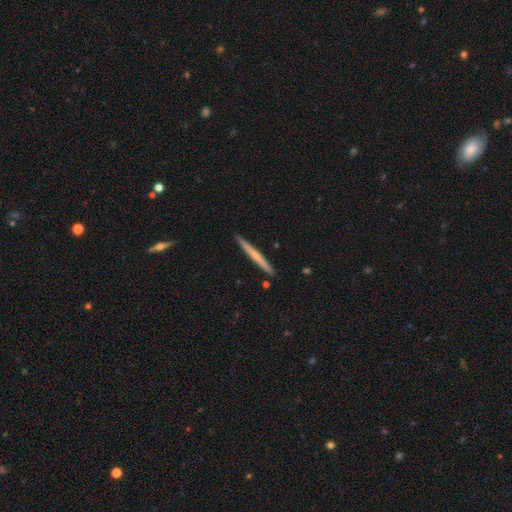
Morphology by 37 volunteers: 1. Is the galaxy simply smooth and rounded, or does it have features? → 49% featured or disk, 46% smooth, 5% star or artifact.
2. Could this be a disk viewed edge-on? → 100% yes, 0% no.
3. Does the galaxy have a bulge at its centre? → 72% none, 28% rounded, 0% boxy.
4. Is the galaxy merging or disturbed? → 86% none, 9% minor disturbance, 3% major disturbance, 3% merger.